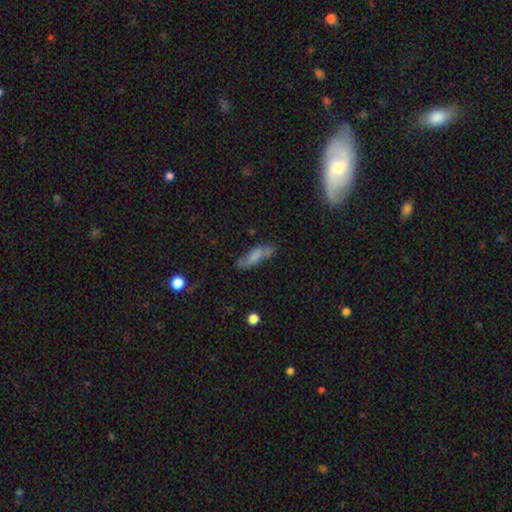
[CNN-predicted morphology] smooth-or-featured: smooth: 64% | featured or disk: 26% | star or artifact: 10%
  how-rounded: cigar-shaped: 51% | in between: 46% | round: 3%
  merging: none: 59% | minor disturbance: 25% | major disturbance: 10% | merger: 6%